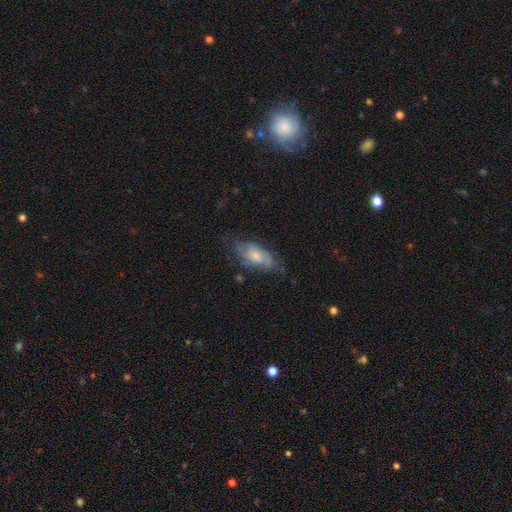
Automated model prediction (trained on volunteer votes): smooth 48%, featured or disk 45%, star or artifact 7%. Down the decision tree: merging — none (56%).